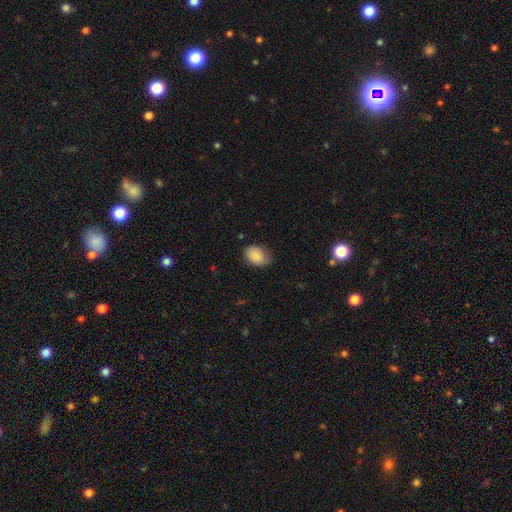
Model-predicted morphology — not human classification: smooth 85%, featured or disk 8%, star or artifact 7%. Down the decision tree: how rounded — in between (79%); merging — none (69%).